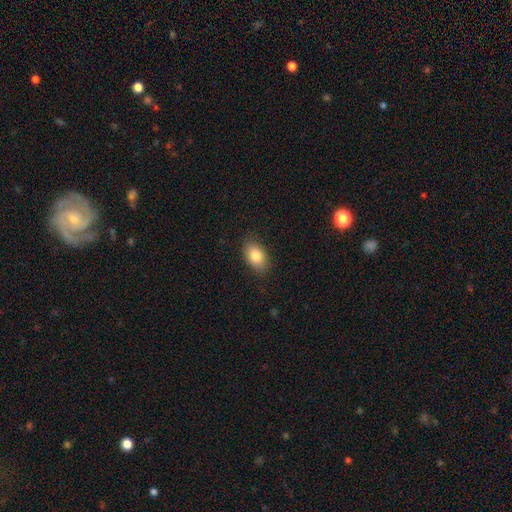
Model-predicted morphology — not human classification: smooth 82%, featured or disk 9%, star or artifact 8%. Down the decision tree: how rounded — in between (86%); merging — none (86%).